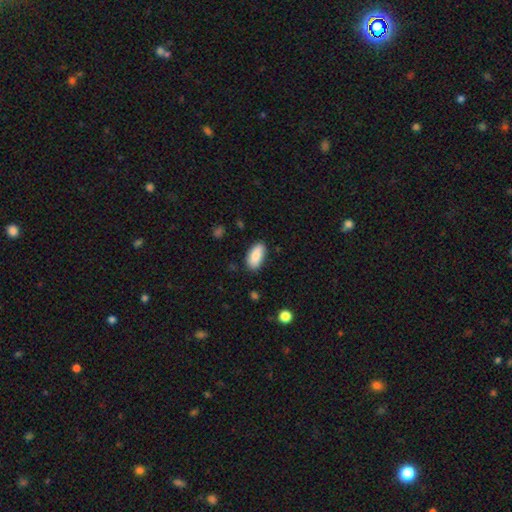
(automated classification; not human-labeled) Morphology: type=smooth (85%); roundness=in between (91%); merging=none (82%).